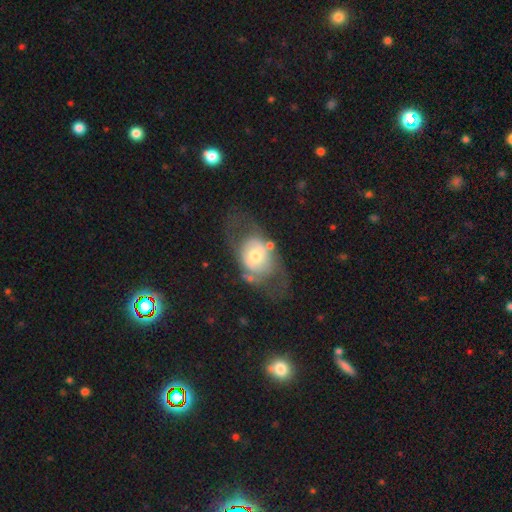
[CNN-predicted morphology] This appears to be a featured or disk galaxy (54%). Merging: none (48%).